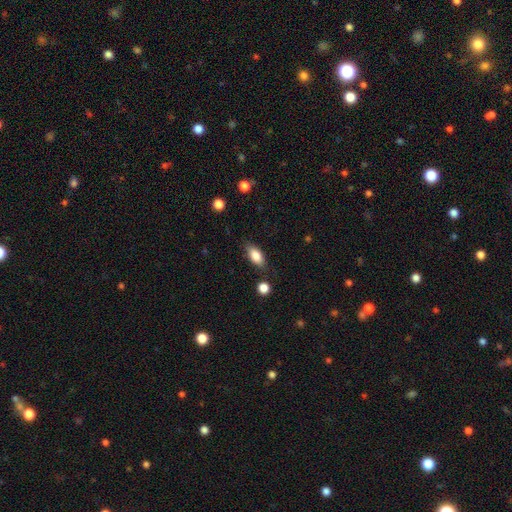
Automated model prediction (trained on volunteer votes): smooth-or-featured: smooth: 83% | featured or disk: 10% | star or artifact: 7%
  how-rounded: in between: 86% | cigar-shaped: 10% | round: 4%
  merging: none: 80% | minor disturbance: 14% | major disturbance: 3% | merger: 3%